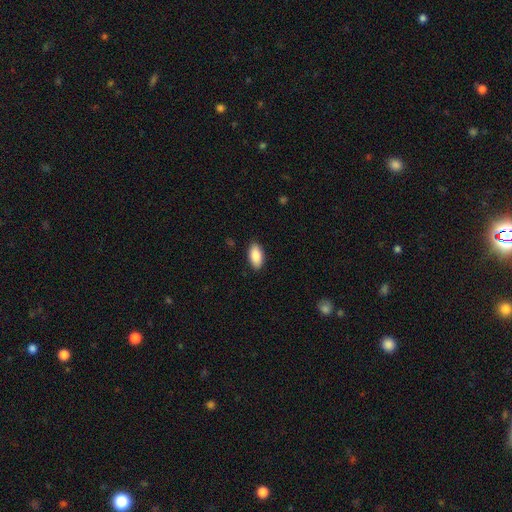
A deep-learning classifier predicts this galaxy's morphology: This appears to be a smooth galaxy with no disk features (88%) that is in between round and cigar-shaped (93%). Merging: none (89%).